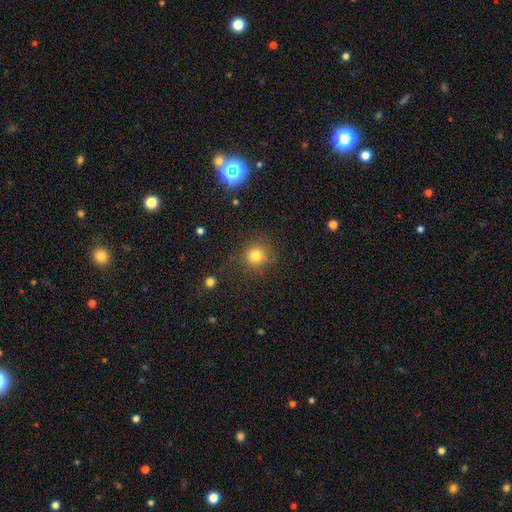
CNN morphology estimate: smooth 80%, star or artifact 14%, featured or disk 6%. Down the decision tree: how rounded — round (90%); merging — none (83%).